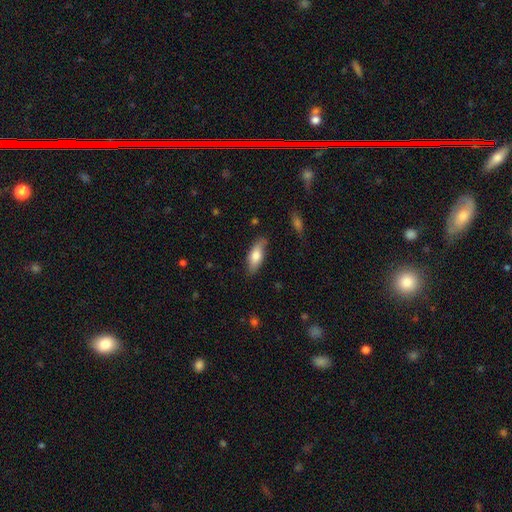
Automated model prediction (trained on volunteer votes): Smooth or featured? Predicted: smooth (p=0.75). How rounded? Predicted: in between (p=0.72). Merging? Predicted: none (p=0.80).